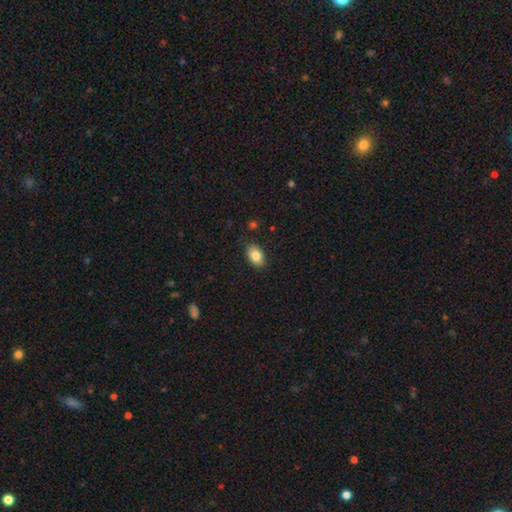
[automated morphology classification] A smooth galaxy with no disk features (83%) that is in between round and cigar-shaped (88%). Merging: none (86%).